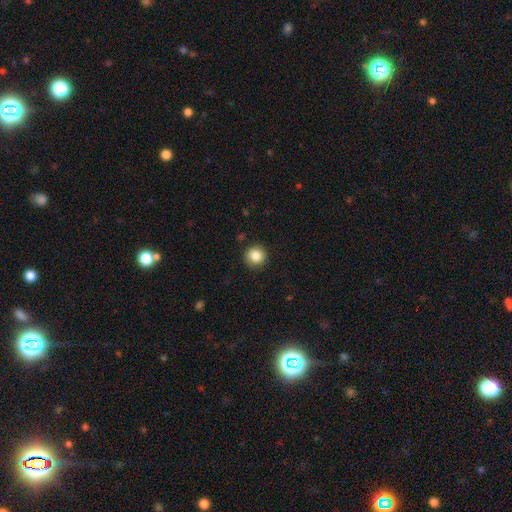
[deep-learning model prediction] Q: Smooth or featured?
A: smooth (85%); runner-up: star or artifact (10%)
Q: How rounded?
A: round (93%); runner-up: in between (6%)
Q: Merging?
A: none (89%); runner-up: minor disturbance (8%)